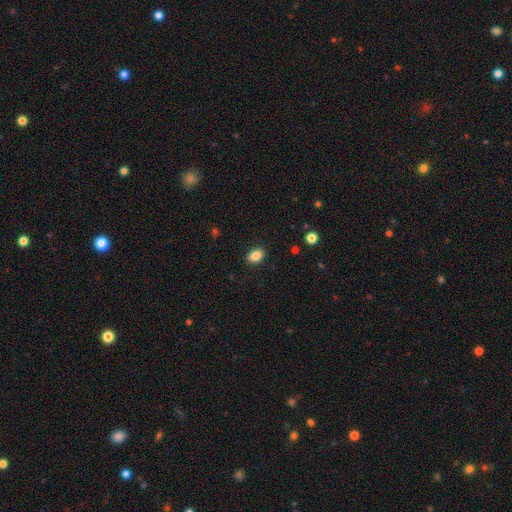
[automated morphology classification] A smooth galaxy with no disk features (85%) that is in between round and cigar-shaped (78%).

Vote fractions:
- Smooth or featured? smooth: 85% / star or artifact: 9% / featured or disk: 5%
- How rounded? in between: 78% / round: 21% / cigar-shaped: 1%
- Merging? none: 88% / minor disturbance: 9% / major disturbance: 2% / merger: 1%